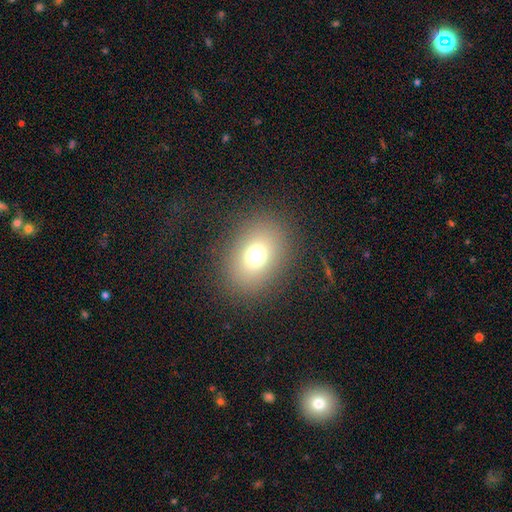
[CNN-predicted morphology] The model was most divided on "how rounded": in between: 61%, round: 38%, cigar-shaped: 1%. More confident: merging — none (86%); smooth or featured — smooth (72%).